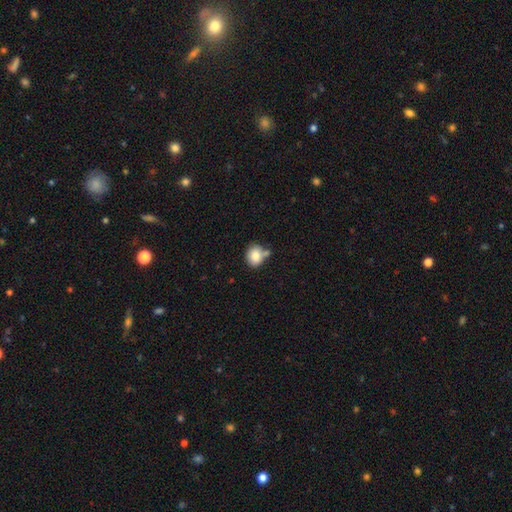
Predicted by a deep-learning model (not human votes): A smooth galaxy with no disk features (83%) that is round (58%).

Vote fractions:
- Smooth or featured? smooth: 83% / star or artifact: 8% / featured or disk: 8%
- How rounded? round: 58% / in between: 41% / cigar-shaped: 1%
- Merging? none: 54% / merger: 22% / minor disturbance: 18% / major disturbance: 5%